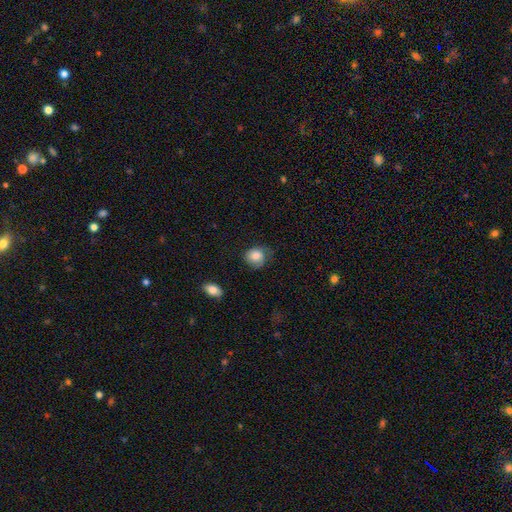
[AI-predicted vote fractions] Smooth or featured?
  - smooth: 77% *
  - featured or disk: 15%
  - star or artifact: 7%
How rounded?
  - round: 72% *
  - in between: 27%
  - cigar-shaped: 1%
Merging?
  - none: 49% *
  - minor disturbance: 33%
  - major disturbance: 17%
  - merger: 2%